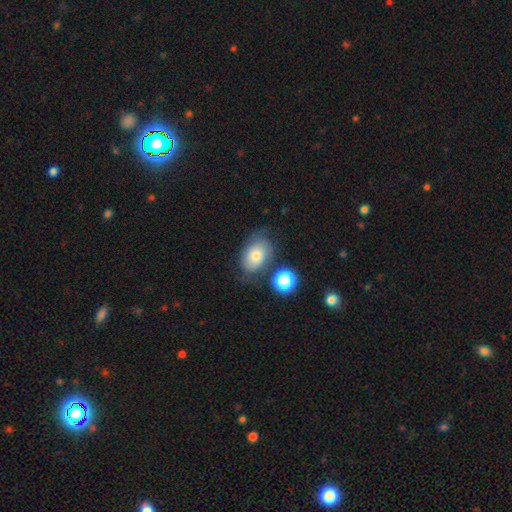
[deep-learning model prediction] Smooth or featured? smooth (70%)
How rounded? in between (79%)
Merging? none (61%)